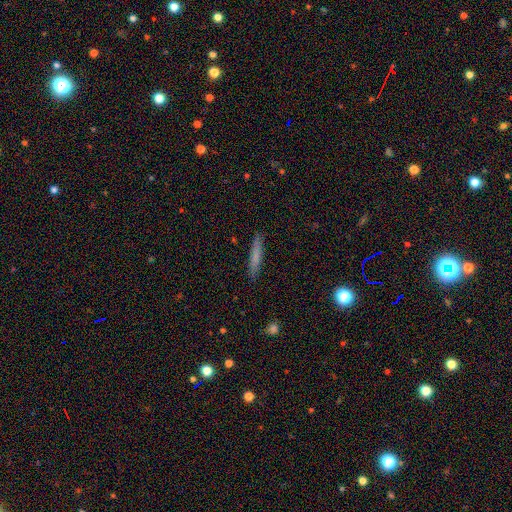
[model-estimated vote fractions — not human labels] Smooth or featured? Predicted: smooth (p=0.71). How rounded? Predicted: cigar-shaped (p=0.93). Merging? Predicted: none (p=0.89).